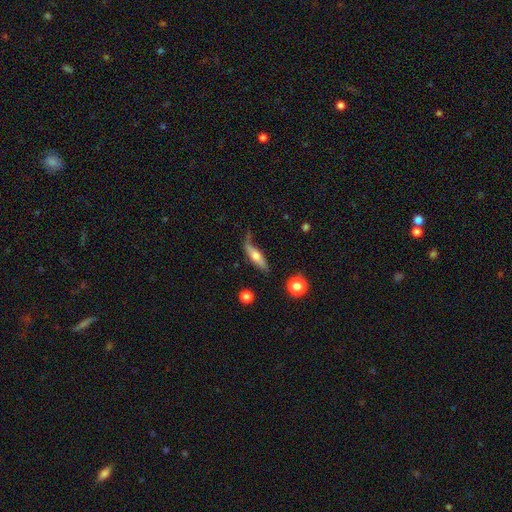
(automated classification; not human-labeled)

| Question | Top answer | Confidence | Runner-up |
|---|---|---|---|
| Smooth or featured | smooth | 56% | featured or disk (37%) |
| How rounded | cigar-shaped | 61% | in between (36%) |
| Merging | none | 52% | minor disturbance (31%) |